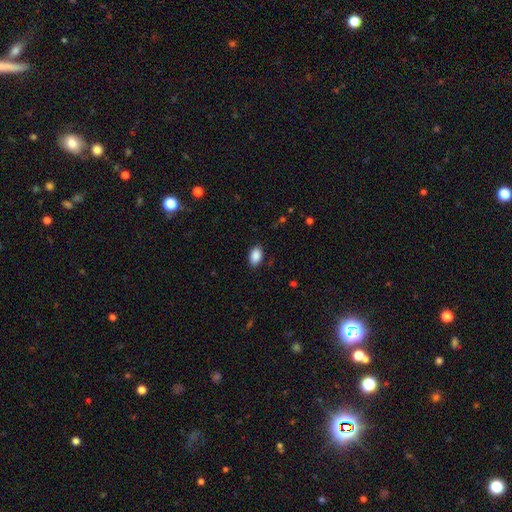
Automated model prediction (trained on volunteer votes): A smooth galaxy with no disk features (89%) that is in between round and cigar-shaped (90%).

Vote fractions:
- Smooth or featured? smooth: 89% / star or artifact: 7% / featured or disk: 3%
- How rounded? in between: 90% / round: 9% / cigar-shaped: 1%
- Merging? none: 86% / minor disturbance: 10% / major disturbance: 2% / merger: 1%